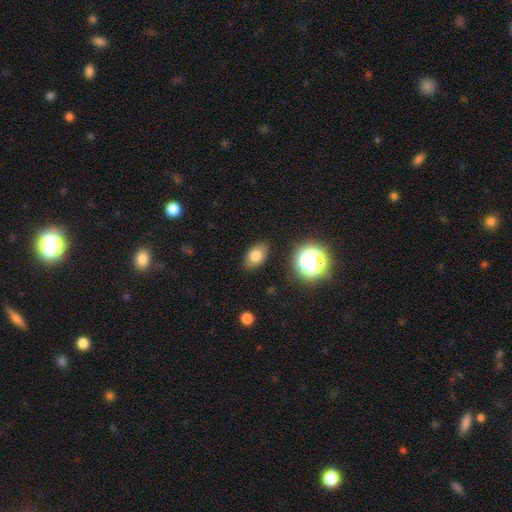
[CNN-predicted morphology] Overall: smooth (76%). How rounded: in between (85%). Merging: none (86%).